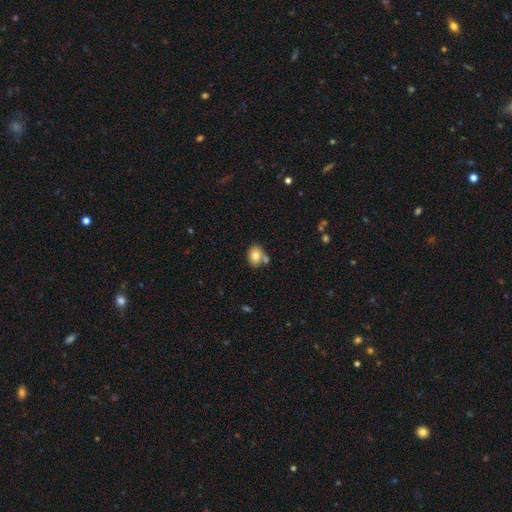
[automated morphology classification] The model was most divided on "how rounded": in between: 58%, round: 41%, cigar-shaped: 1%. More confident: smooth or featured — smooth (79%); merging — none (59%).